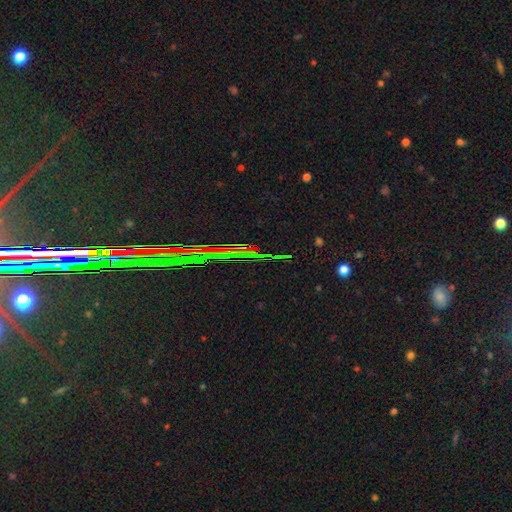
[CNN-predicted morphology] smooth-or-featured: star or artifact: 80% | smooth: 10% | featured or disk: 10%